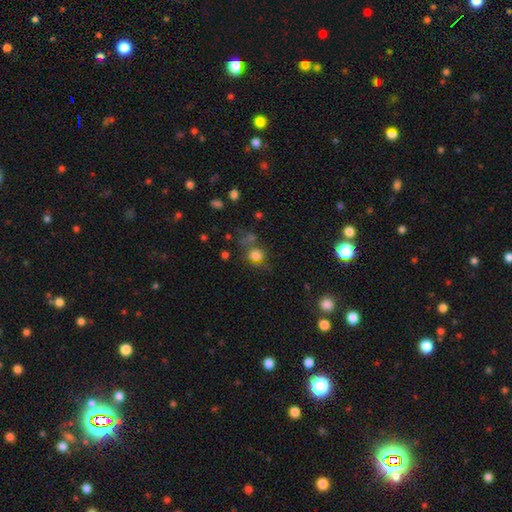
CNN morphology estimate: Smooth or featured? Predicted: smooth (p=0.71). How rounded? Predicted: round (p=0.68). Merging? Predicted: none (p=0.51).